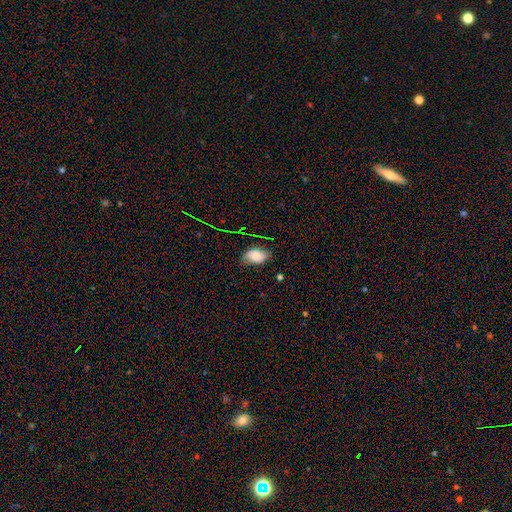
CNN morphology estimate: A smooth galaxy with no disk features (73%) that is in between round and cigar-shaped (90%). Merging: none (65%).